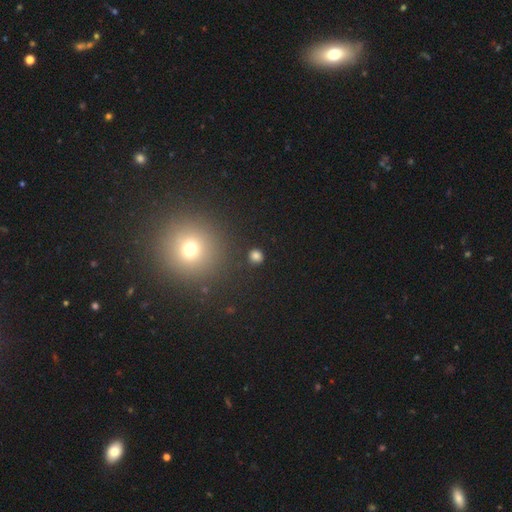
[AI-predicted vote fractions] Smooth or featured? Predicted: smooth (p=0.78). How rounded? Predicted: round (p=0.85). Merging? Predicted: none (p=0.88).